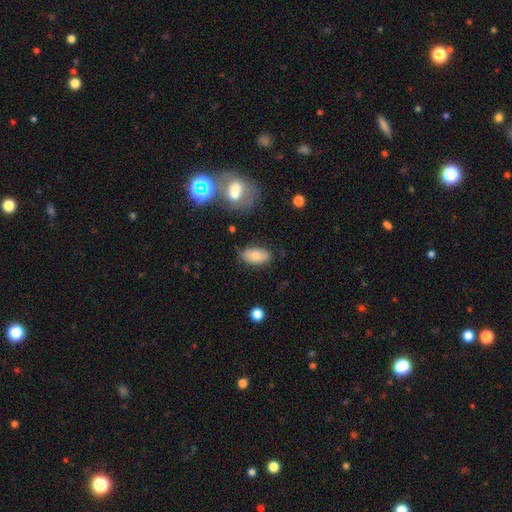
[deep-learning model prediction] Q: Smooth or featured?
A: smooth (80%); runner-up: featured or disk (13%)
Q: How rounded?
A: in between (93%); runner-up: cigar-shaped (4%)
Q: Merging?
A: none (81%); runner-up: minor disturbance (13%)